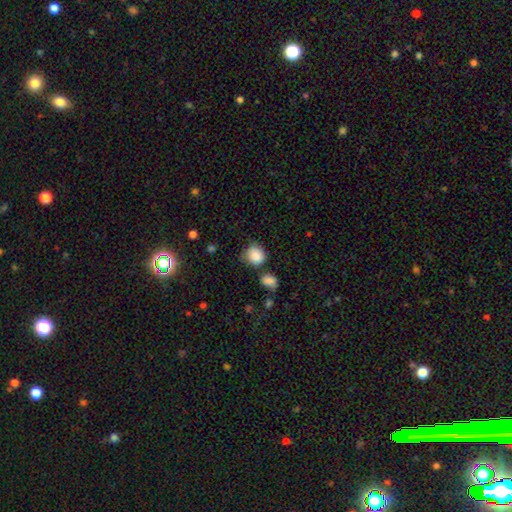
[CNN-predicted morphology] This is clearly a smooth galaxy (87%). How rounded: likely round (73%). Merging: likely none (60%).